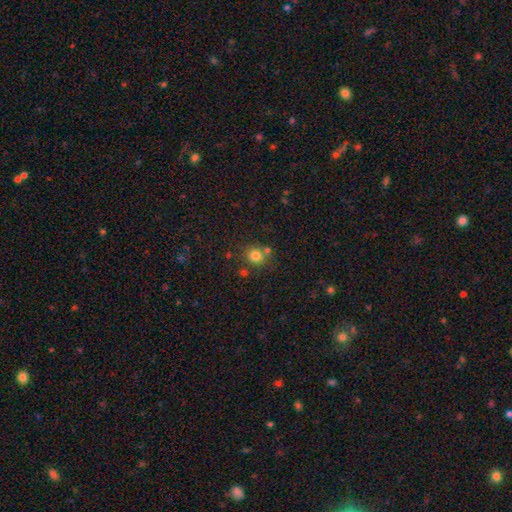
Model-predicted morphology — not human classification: This is likely a smooth galaxy (79%). How rounded: clearly round (83%). Merging: likely none (71%).